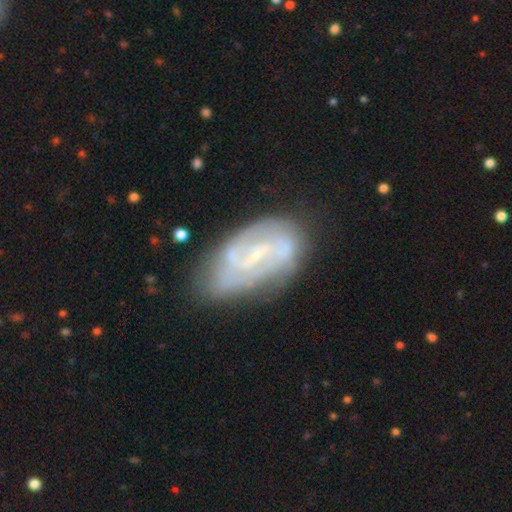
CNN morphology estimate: featured or disk 78%, smooth 15%, star or artifact 7%. Down the decision tree: edge-on disk — no (96%); bar — weak (48%); spiral arms — yes (84%); spiral arm count — 2 (53%); spiral winding — medium (41%); bulge size — small (66%); merging — none (62%).